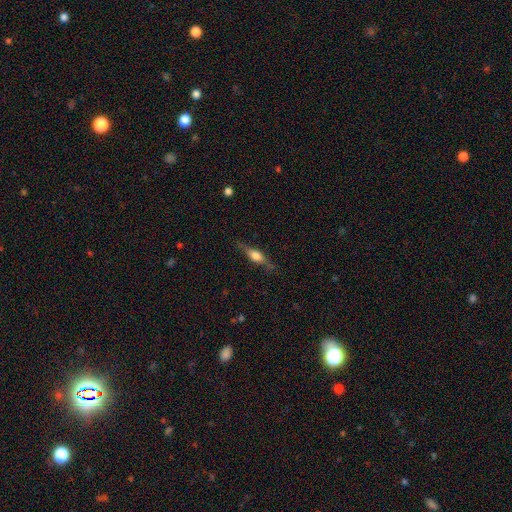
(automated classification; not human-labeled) Smooth or featured? Predicted: featured or disk (p=0.64). Edge-on disk? Predicted: yes (p=0.95). Edge-on bulge? Predicted: rounded (p=0.85). Merging? Predicted: none (p=0.80).